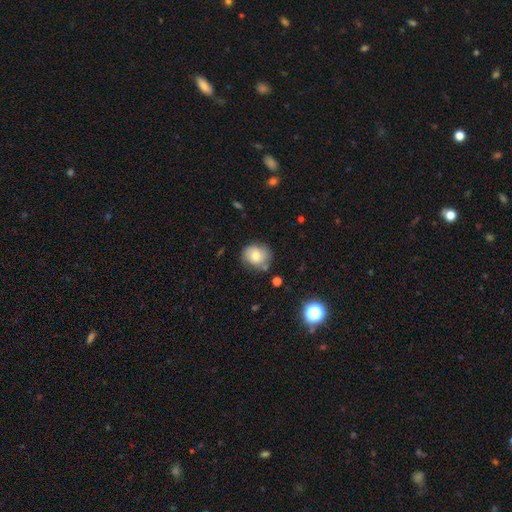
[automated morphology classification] Smooth or featured: smooth — 72% (featured or disk — 19%)
How rounded: round — 69% (in between — 30%)
Merging: none — 70% (minor disturbance — 21%)